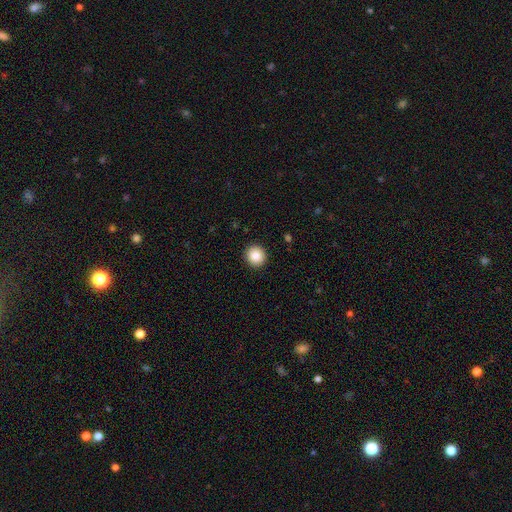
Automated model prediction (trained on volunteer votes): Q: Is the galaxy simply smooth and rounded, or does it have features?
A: smooth — 87%.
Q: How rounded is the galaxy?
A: round — 92%.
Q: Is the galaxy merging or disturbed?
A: none — 93%.